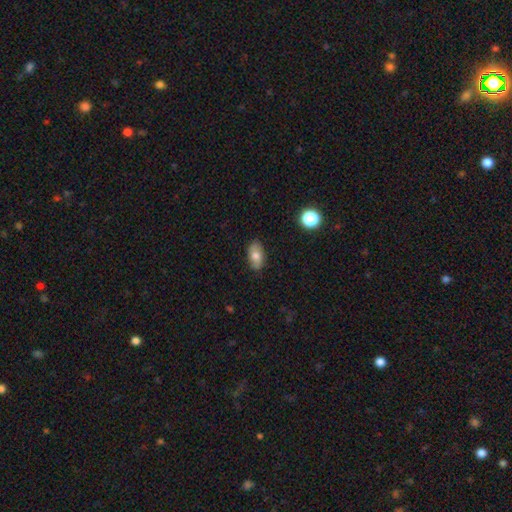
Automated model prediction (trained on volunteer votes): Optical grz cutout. It shows a smooth galaxy with no disk features (71%) that is in between round and cigar-shaped (91%). Merging: none (84%).